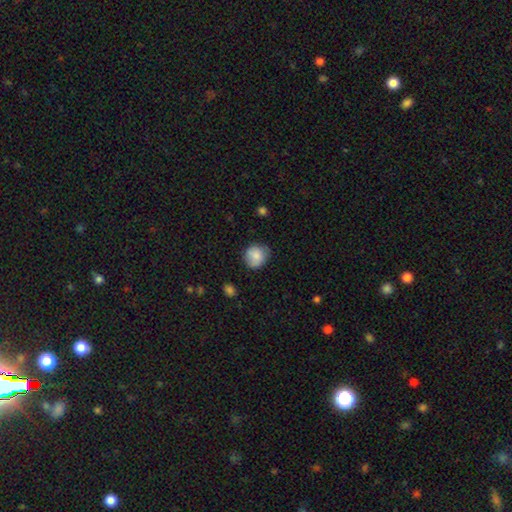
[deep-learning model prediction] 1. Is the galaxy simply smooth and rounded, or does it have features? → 83% smooth, 10% featured or disk, 8% star or artifact.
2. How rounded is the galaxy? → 80% round, 19% in between, 1% cigar-shaped.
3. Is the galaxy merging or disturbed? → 71% none, 23% minor disturbance, 4% major disturbance, 2% merger.